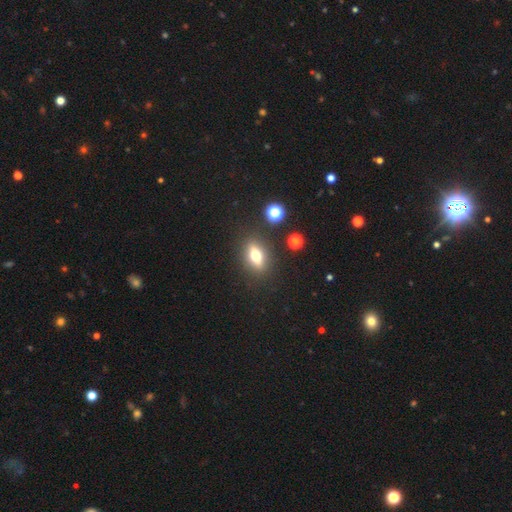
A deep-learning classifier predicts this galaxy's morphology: This appears to be a smooth galaxy with no disk features (56%) that is in between round and cigar-shaped (66%). Merging: none (86%).